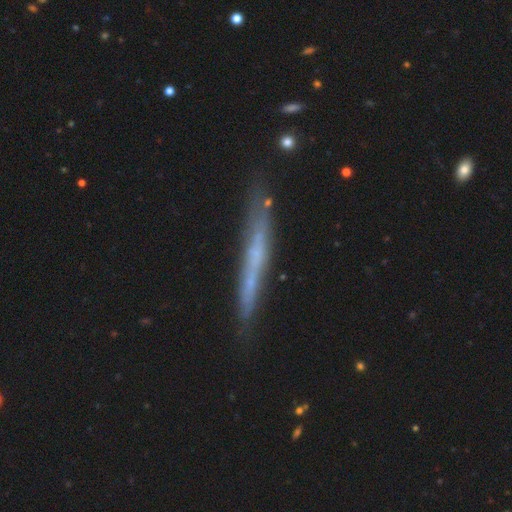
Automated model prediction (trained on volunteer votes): Smooth or featured? Predicted: featured or disk (p=0.55). Edge-on disk? Predicted: yes (p=0.90). Merging? Predicted: none (p=0.79).